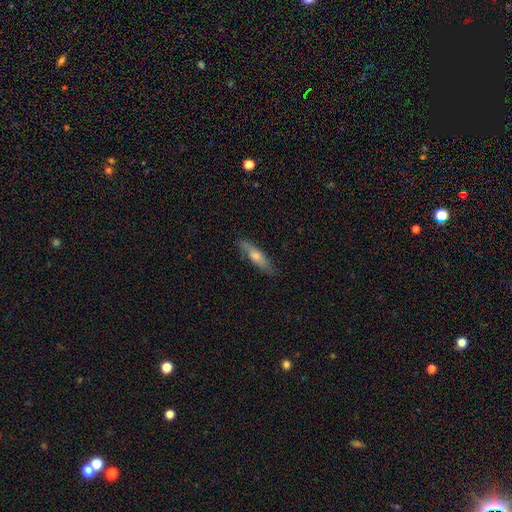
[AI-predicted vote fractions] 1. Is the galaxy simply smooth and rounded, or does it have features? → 48% smooth, 46% featured or disk, 7% star or artifact.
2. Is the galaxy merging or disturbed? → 82% none, 14% minor disturbance, 3% major disturbance, 1% merger.